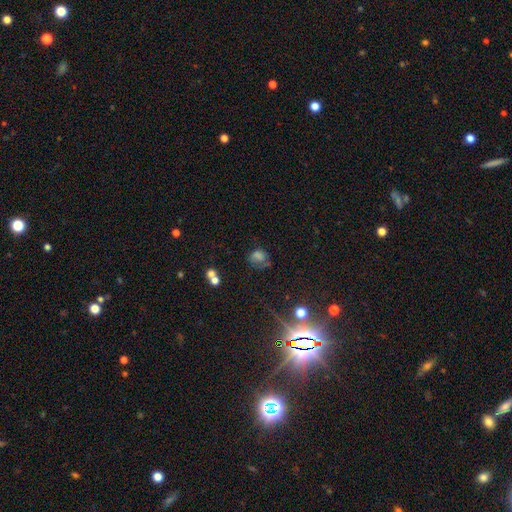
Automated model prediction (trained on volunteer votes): smooth_or_featured: smooth (p=0.41) [alt: star or artifact p=0.40]
merging: none (p=0.59) [alt: minor disturbance p=0.20]